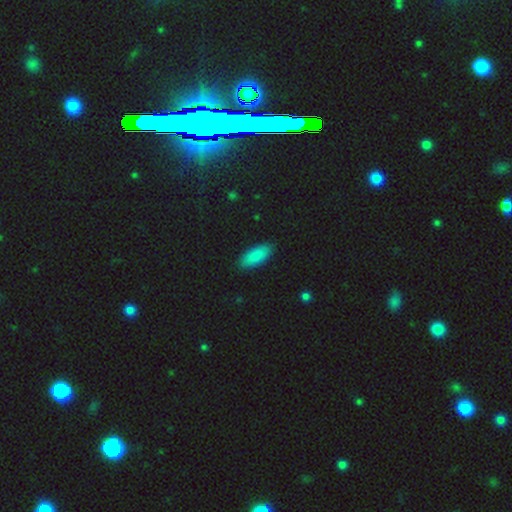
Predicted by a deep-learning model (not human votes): Overall: smooth (87%). How rounded: in between (82%). Merging: none (89%).